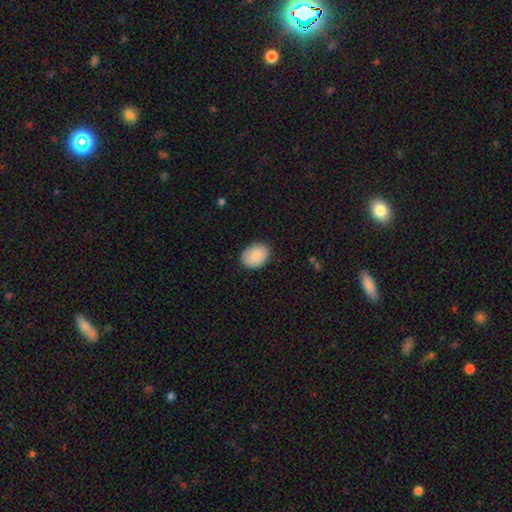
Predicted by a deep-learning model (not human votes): Morphology: type=smooth (89%); roundness=in between (71%); merging=none (85%).